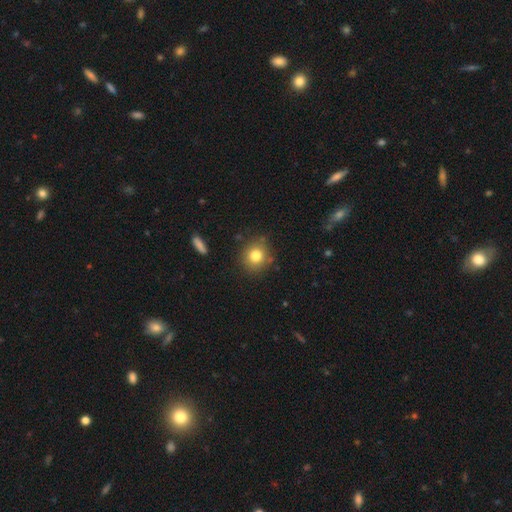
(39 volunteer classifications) smooth 77%, featured or disk 15%, star or artifact 8%. Down the decision tree: how rounded — round (93%); merging — none (97%).